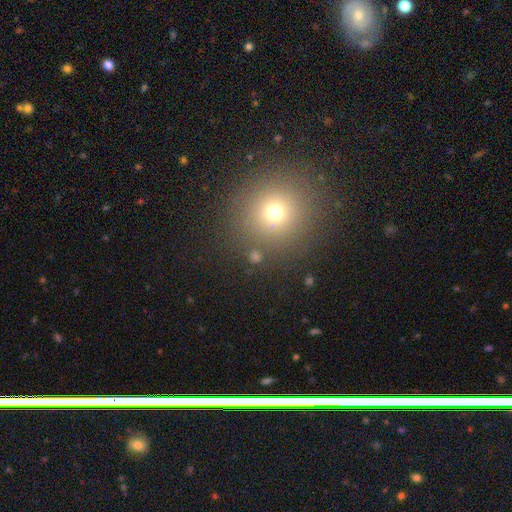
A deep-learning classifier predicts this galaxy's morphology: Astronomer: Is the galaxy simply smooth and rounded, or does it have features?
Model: smooth — 65%.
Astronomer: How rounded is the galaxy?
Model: round — 92%.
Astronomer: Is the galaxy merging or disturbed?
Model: none — 84%.